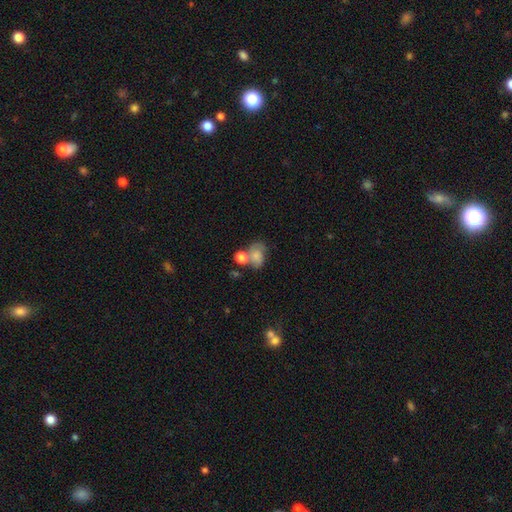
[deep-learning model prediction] A smooth galaxy with no disk features (63%) that is in between round and cigar-shaped (63%).

Vote fractions:
- Smooth or featured? smooth: 63% / featured or disk: 26% / star or artifact: 11%
- How rounded? in between: 63% / round: 36% / cigar-shaped: 1%
- Merging? merger: 35% / none: 31% / minor disturbance: 19% / major disturbance: 15%